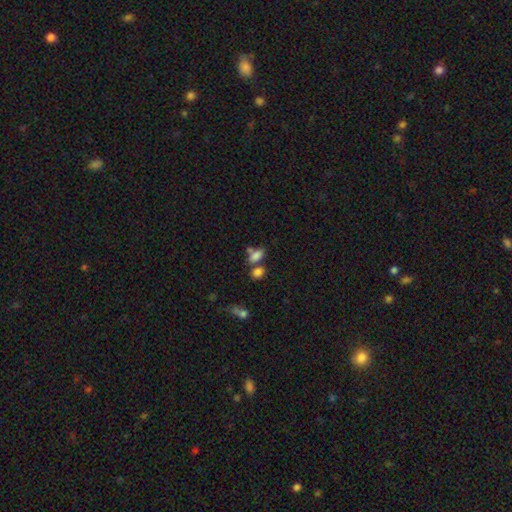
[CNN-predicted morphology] smooth-or-featured: smooth: 79% | star or artifact: 12% | featured or disk: 9%
  how-rounded: in between: 85% | round: 10% | cigar-shaped: 5%
  merging: none: 40% (tied) | merger: 40% (tied) | minor disturbance: 13% | major disturbance: 6%